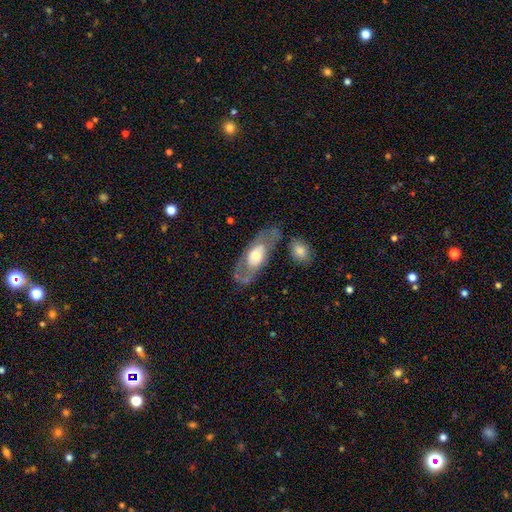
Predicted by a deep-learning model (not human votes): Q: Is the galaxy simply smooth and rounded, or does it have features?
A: featured or disk — 58%.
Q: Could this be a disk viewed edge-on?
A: no — 83%.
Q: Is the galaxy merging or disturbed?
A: none — 62%.